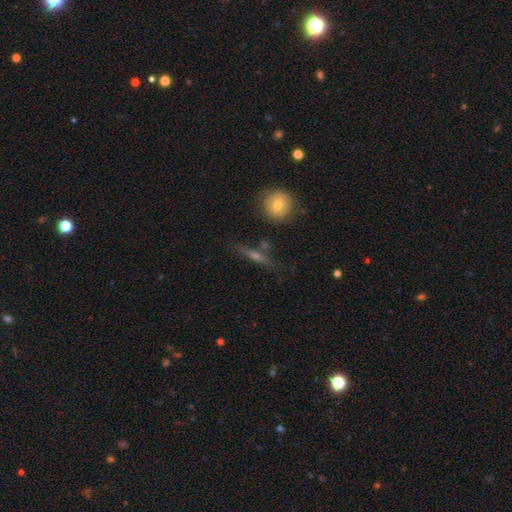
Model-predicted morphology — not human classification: smooth-or-featured: featured or disk: 53% | smooth: 33% | star or artifact: 14%
  disk-edge-on: yes: 80% | no: 20%
  merging: none: 75% | minor disturbance: 15% | major disturbance: 6% | merger: 5%